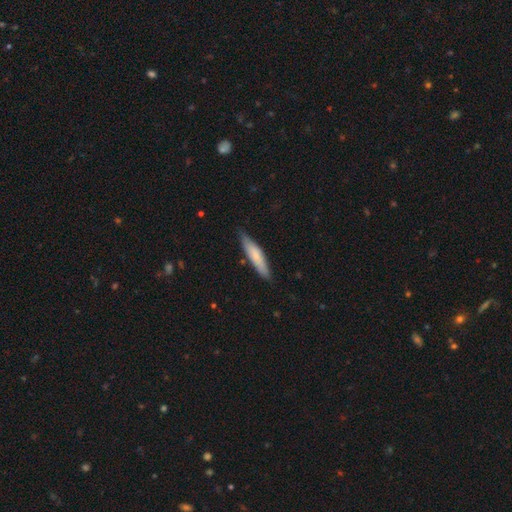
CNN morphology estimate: This appears to be a smooth galaxy with no disk features (73%) that is cigar-shaped (80%). Merging: none (81%).